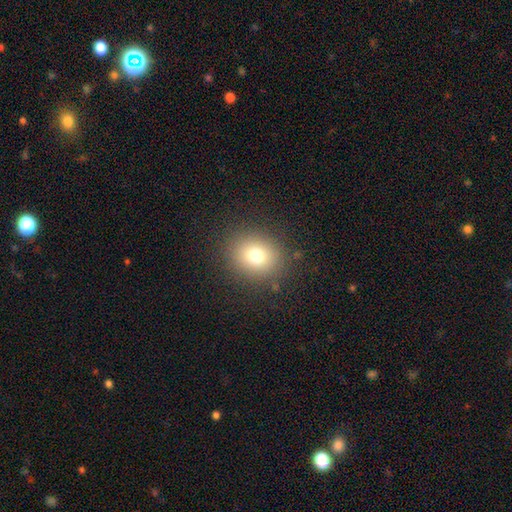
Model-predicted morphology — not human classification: The model was most divided on "how rounded": round: 76%, in between: 23%, cigar-shaped: 1%. More confident: merging — none (86%); smooth or featured — smooth (75%).